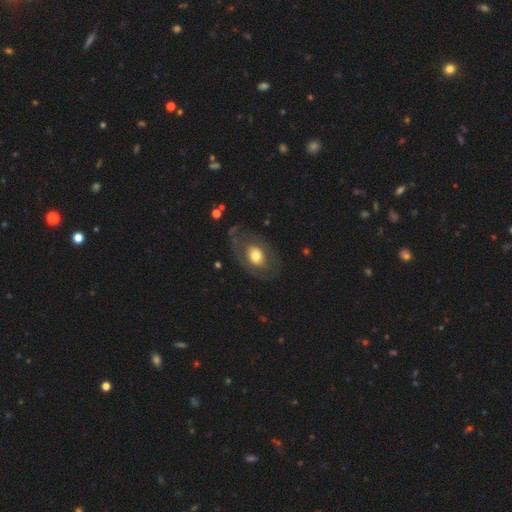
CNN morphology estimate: A smooth galaxy with no disk features (47%).

Vote fractions:
- Smooth or featured? smooth: 47% / featured or disk: 46% / star or artifact: 7%
- Merging? none: 66% / minor disturbance: 17% / major disturbance: 15% / merger: 2%